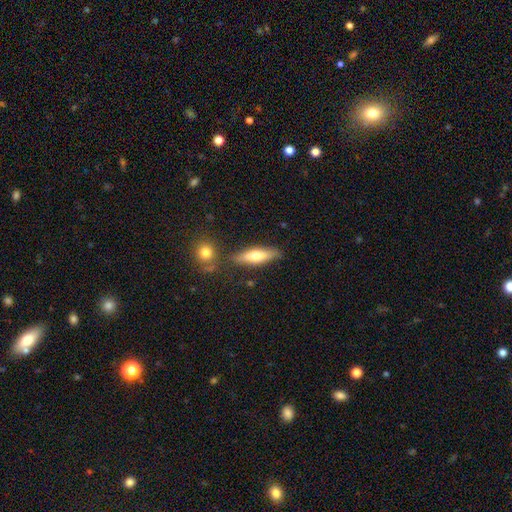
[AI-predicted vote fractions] smooth 62%, featured or disk 32%, star or artifact 6%. Down the decision tree: how rounded — cigar-shaped (55%); merging — none (77%).